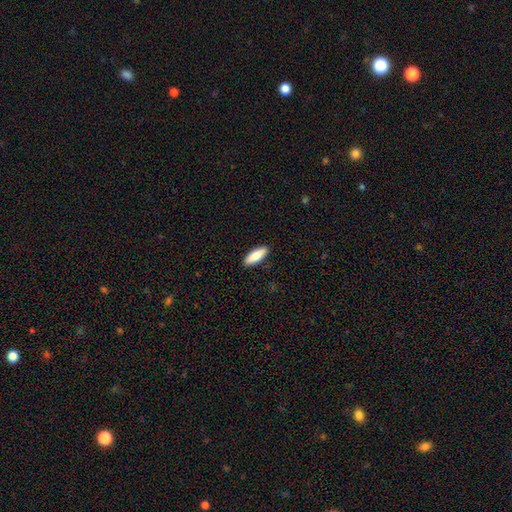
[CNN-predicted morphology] smooth_or_featured: smooth (p=0.85) [alt: featured or disk p=0.10]
how_rounded: in between (p=0.55) [alt: cigar-shaped p=0.43]
merging: none (p=0.91) [alt: minor disturbance p=0.07]